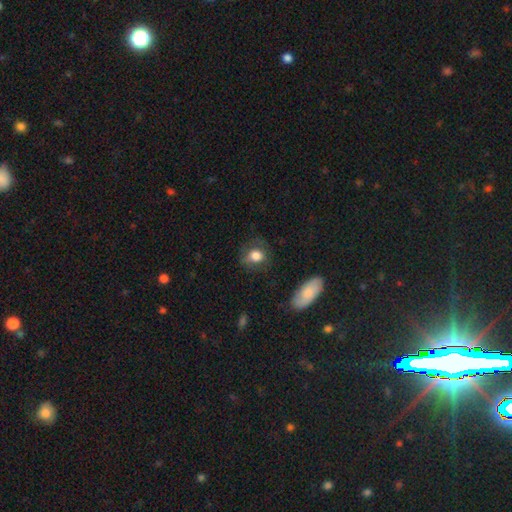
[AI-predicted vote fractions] Q: Smooth or featured?
A: smooth (76%); runner-up: featured or disk (14%)
Q: How rounded?
A: round (56%); runner-up: in between (42%)
Q: Merging?
A: none (67%); runner-up: minor disturbance (21%)